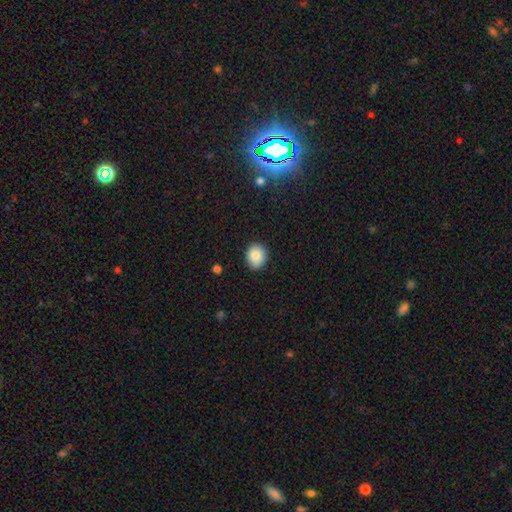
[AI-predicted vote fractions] Smooth or featured: smooth — 86% (star or artifact — 8%)
How rounded: round — 62% (in between — 37%)
Merging: none — 88% (minor disturbance — 9%)